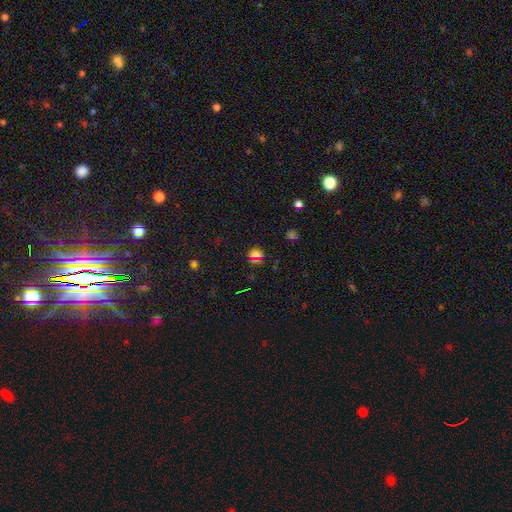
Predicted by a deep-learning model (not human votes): Morphology: type=smooth (55%); roundness=round (77%); merging=none (81%).